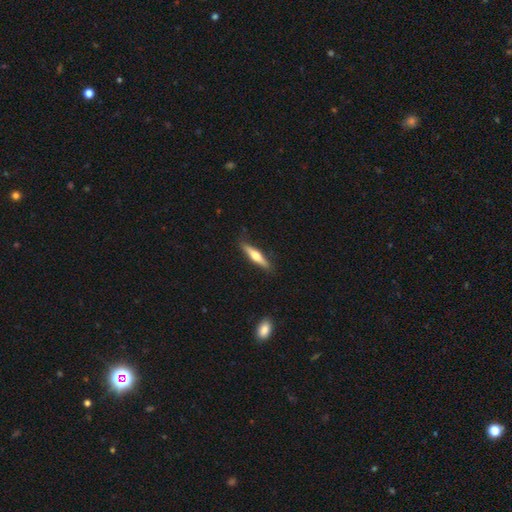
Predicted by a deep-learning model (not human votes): Smooth or featured? Predicted: featured or disk (p=0.55). Edge-on disk? Predicted: yes (p=0.96). Edge-on bulge? Predicted: rounded (p=0.92). Merging? Predicted: none (p=0.88).